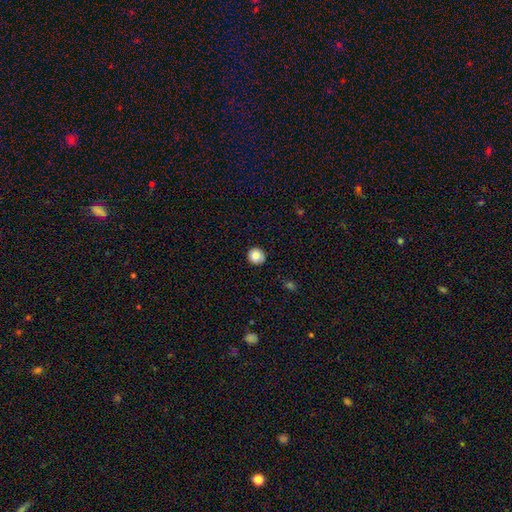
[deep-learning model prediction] smooth 87%, star or artifact 9%, featured or disk 4%. Down the decision tree: how rounded — round (92%); merging — none (86%).